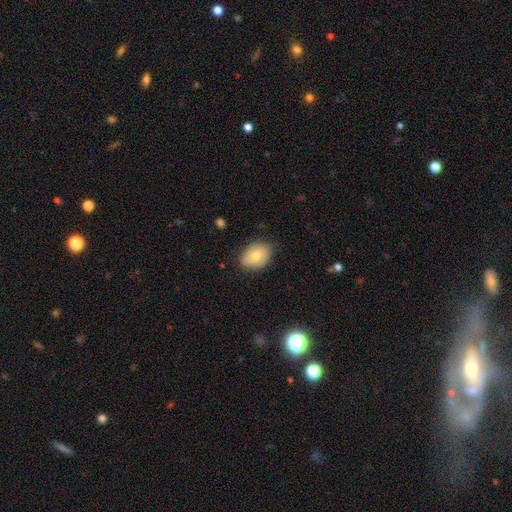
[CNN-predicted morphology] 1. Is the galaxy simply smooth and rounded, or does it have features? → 75% smooth, 18% featured or disk, 7% star or artifact.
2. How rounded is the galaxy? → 72% in between, 27% round, 1% cigar-shaped.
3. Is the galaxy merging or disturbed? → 77% none, 19% minor disturbance, 3% major disturbance, 1% merger.